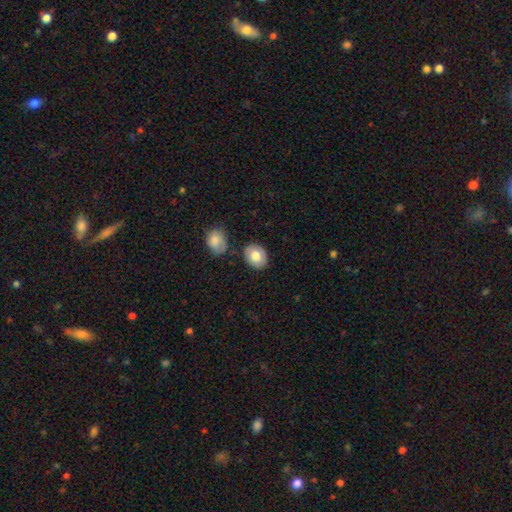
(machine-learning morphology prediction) Smooth or featured?
  - smooth: 77% *
  - featured or disk: 16%
  - star or artifact: 7%
How rounded?
  - in between: 60% *
  - round: 39%
  - cigar-shaped: 1%
Merging?
  - none: 80% *
  - minor disturbance: 12%
  - merger: 5%
  - major disturbance: 3%